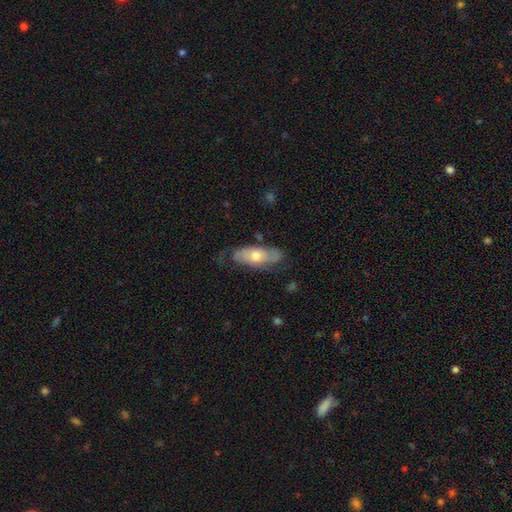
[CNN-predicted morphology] A featured or disk galaxy (54%). Merging: none (66%).